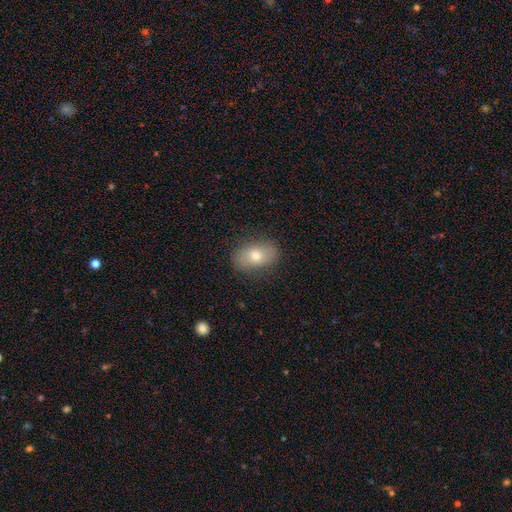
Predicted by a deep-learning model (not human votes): This is likely a smooth galaxy (71%). How rounded: clearly in between (86%). Merging: clearly none (84%).